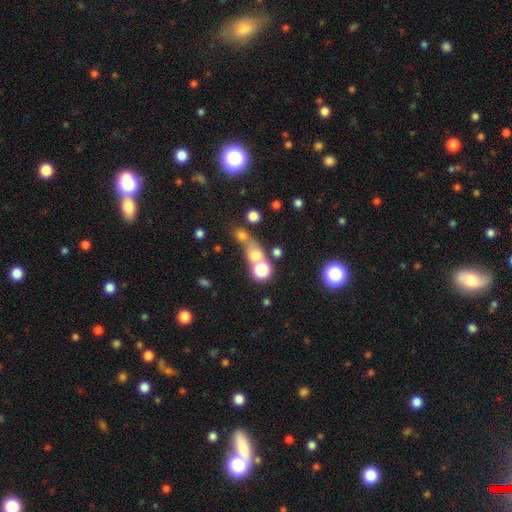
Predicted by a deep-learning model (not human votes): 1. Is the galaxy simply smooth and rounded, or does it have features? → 61% smooth, 22% star or artifact, 17% featured or disk.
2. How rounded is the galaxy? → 66% round, 28% in between, 6% cigar-shaped.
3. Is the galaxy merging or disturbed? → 46% merger, 35% none, 10% minor disturbance, 9% major disturbance.